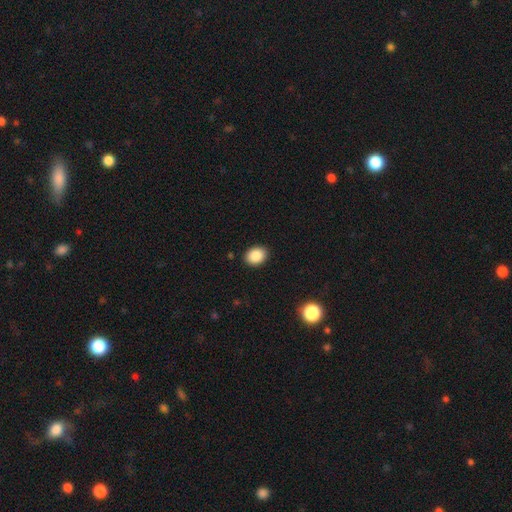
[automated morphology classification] A smooth galaxy with no disk features (87%) that is in between round and cigar-shaped (61%). Merging: none (90%).